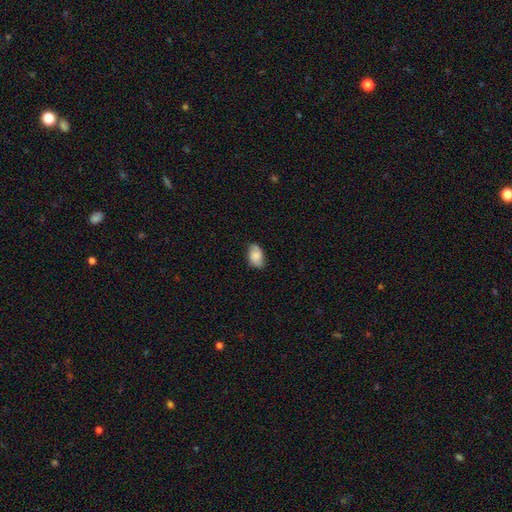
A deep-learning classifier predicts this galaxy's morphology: This is likely a smooth galaxy (77%). How rounded: clearly in between (91%). Merging: likely none (76%).